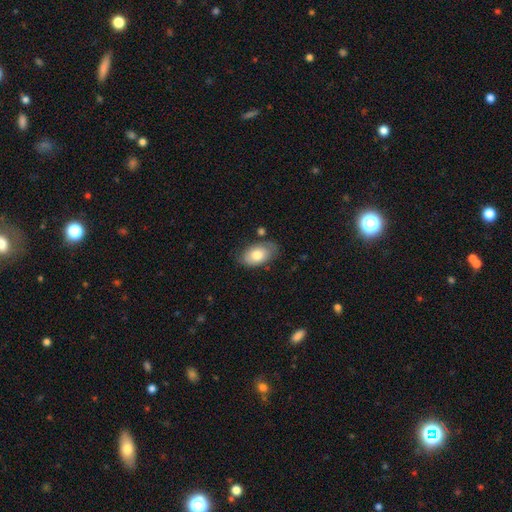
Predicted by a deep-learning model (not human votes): Smooth or featured?
  - smooth: 70% *
  - featured or disk: 24%
  - star or artifact: 7%
How rounded?
  - in between: 92% *
  - round: 7%
  - cigar-shaped: 1%
Merging?
  - none: 68% *
  - minor disturbance: 22%
  - major disturbance: 6%
  - merger: 4%